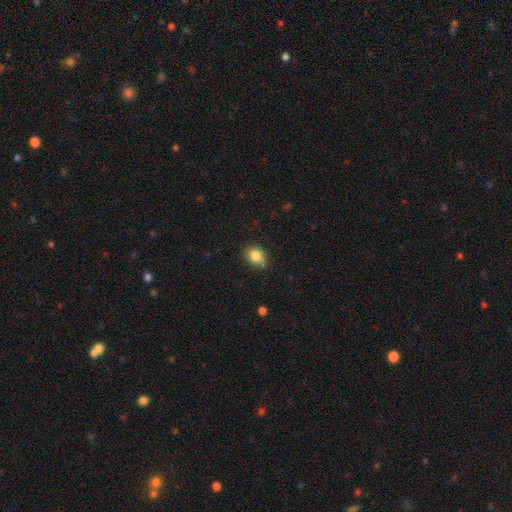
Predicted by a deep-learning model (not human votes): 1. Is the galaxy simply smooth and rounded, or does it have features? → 83% smooth, 10% star or artifact, 8% featured or disk.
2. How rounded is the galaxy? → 56% in between, 43% round, 1% cigar-shaped.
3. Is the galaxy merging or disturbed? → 71% none, 23% minor disturbance, 4% major disturbance, 2% merger.